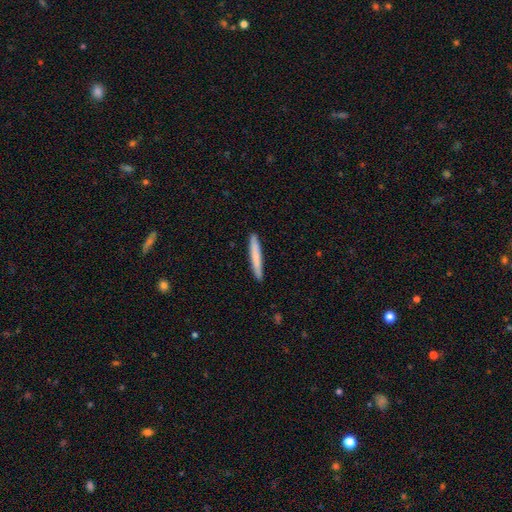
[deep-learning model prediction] Smooth or featured? smooth (74%)
How rounded? cigar-shaped (96%)
Merging? none (91%)